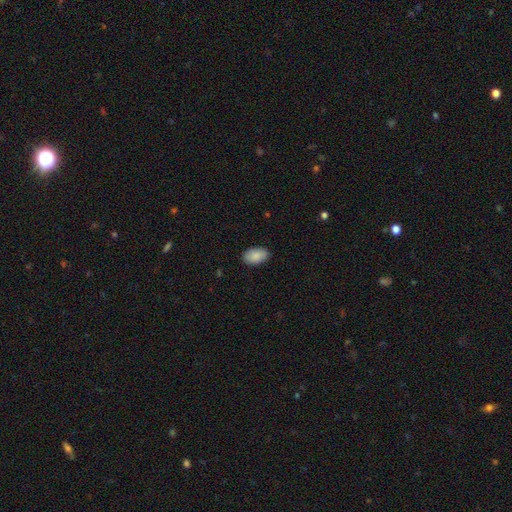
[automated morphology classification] smooth 89%, star or artifact 6%, featured or disk 5%. Down the decision tree: how rounded — in between (93%); merging — none (87%).